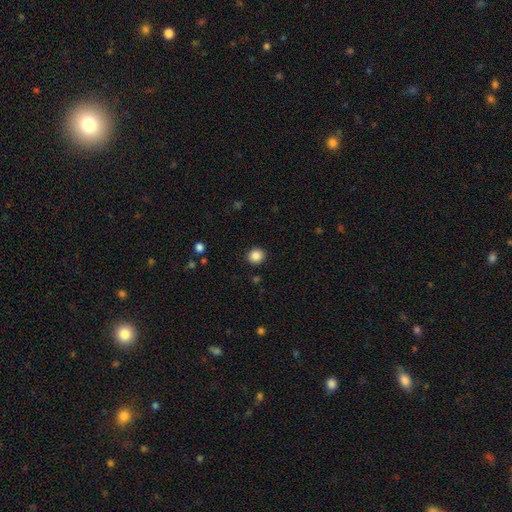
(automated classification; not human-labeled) Smooth or featured?
  - smooth: 86% *
  - star or artifact: 10%
  - featured or disk: 4%
How rounded?
  - round: 92% *
  - in between: 8%
  - cigar-shaped: 1%
Merging?
  - none: 92% *
  - minor disturbance: 5%
  - major disturbance: 2%
  - merger: 1%